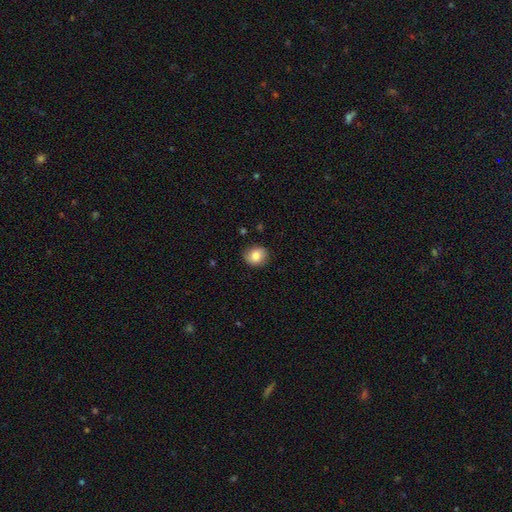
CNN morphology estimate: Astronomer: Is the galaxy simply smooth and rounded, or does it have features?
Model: smooth — 83%.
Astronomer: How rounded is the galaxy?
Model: round — 68%.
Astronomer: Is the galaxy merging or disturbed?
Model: none — 83%.